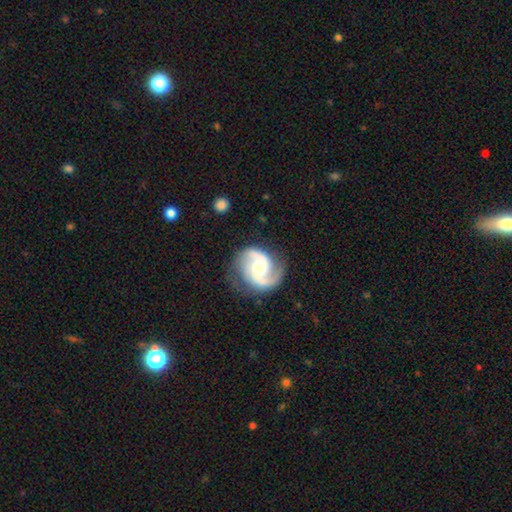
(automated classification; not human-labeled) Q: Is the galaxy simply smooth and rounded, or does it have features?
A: featured or disk — 89%.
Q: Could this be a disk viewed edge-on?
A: no — 98%.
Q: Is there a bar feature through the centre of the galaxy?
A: no — 48%.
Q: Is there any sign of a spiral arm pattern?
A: yes — 98%.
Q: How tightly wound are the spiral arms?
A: medium — 55%.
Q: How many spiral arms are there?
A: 2 — 86%.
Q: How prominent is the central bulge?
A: moderate — 38%.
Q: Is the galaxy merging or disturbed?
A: none — 76%.